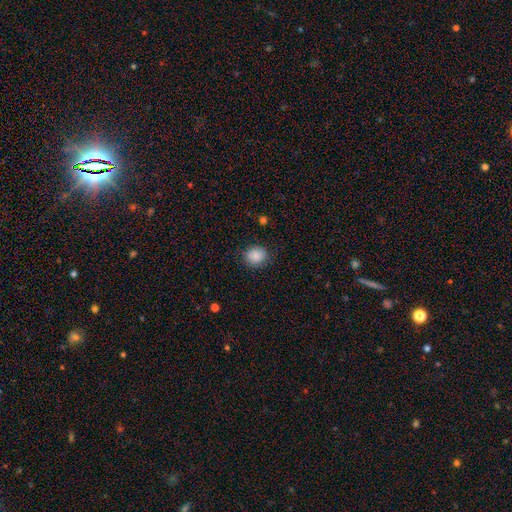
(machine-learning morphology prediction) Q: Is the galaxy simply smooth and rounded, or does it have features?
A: smooth — 87%.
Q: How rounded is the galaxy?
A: round — 76%.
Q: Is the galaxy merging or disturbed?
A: none — 85%.